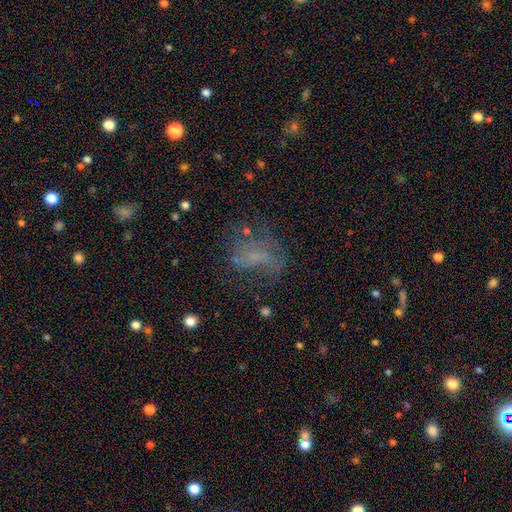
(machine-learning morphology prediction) Smooth or featured? Predicted: smooth (p=0.37). Merging? Predicted: none (p=0.41).